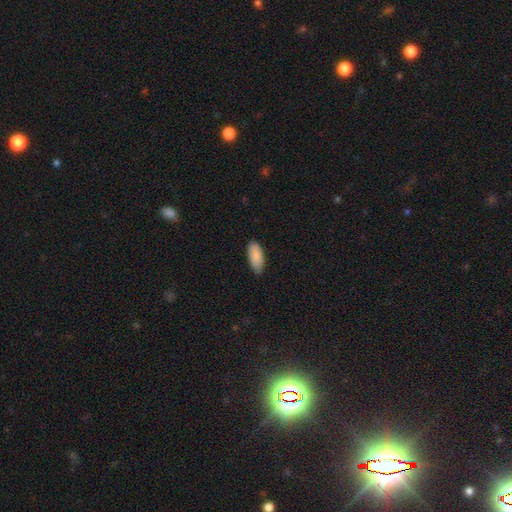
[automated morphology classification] A smooth galaxy with no disk features (90%) that is in between round and cigar-shaped (85%). Merging: none (82%).